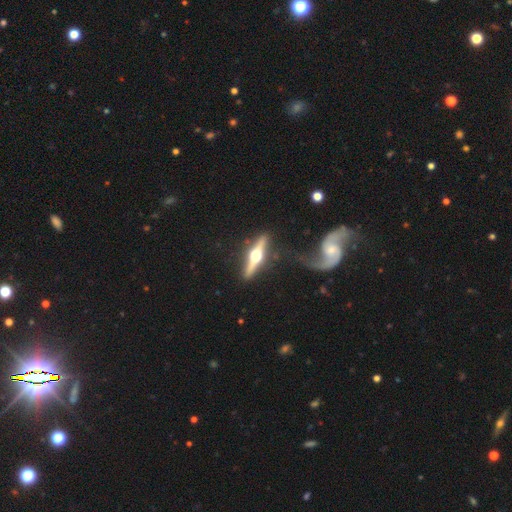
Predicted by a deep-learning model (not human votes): This appears to be a featured or disk galaxy (83%) viewed edge-on (96%) with a rounded central bulge (97%). Merging: none (79%).